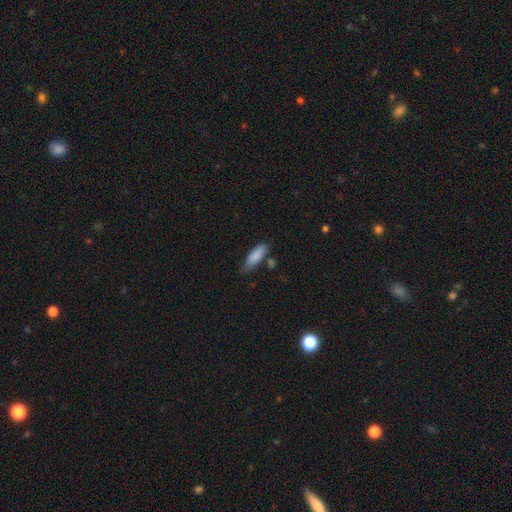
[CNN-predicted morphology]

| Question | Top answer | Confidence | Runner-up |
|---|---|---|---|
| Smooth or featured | smooth | 85% | featured or disk (8%) |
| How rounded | in between | 57% | cigar-shaped (41%) |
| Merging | none | 65% | minor disturbance (24%) |